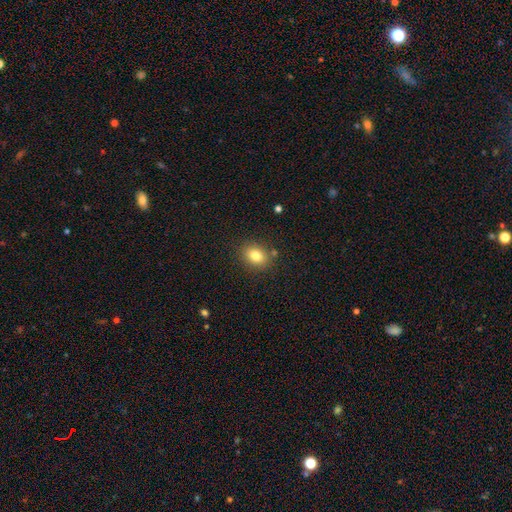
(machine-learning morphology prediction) Overall: smooth (80%). How rounded: in between (52%; round 47%). Merging: none (83%).